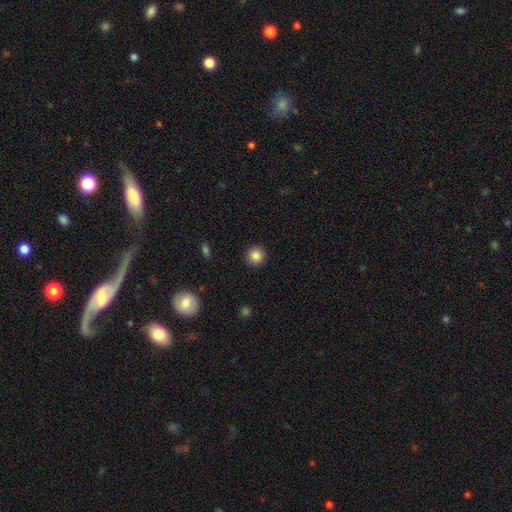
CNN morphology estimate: Overall: smooth (86%). How rounded: round (94%). Merging: none (92%).